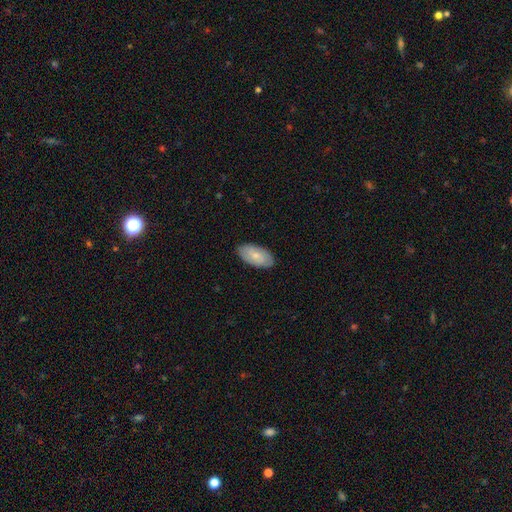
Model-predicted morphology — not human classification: smooth_or_featured: smooth (p=0.54) [alt: featured or disk p=0.40]
how_rounded: in between (p=0.94) [alt: cigar-shaped p=0.04]
merging: none (p=0.86) [alt: minor disturbance p=0.11]